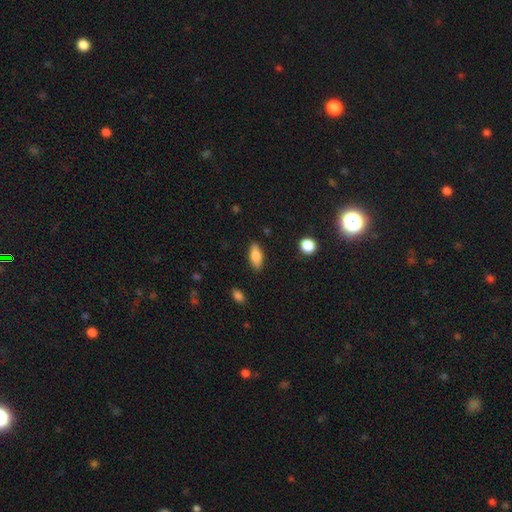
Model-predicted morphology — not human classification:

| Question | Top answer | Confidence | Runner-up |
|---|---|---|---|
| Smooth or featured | smooth | 82% | featured or disk (11%) |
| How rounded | in between | 81% | cigar-shaped (16%) |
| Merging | none | 86% | minor disturbance (10%) |